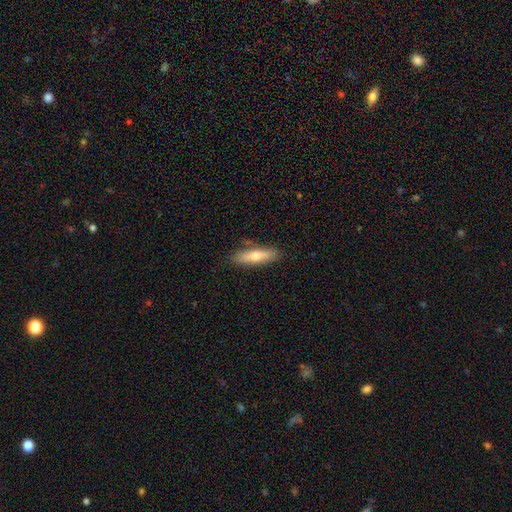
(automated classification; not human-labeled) Overall: smooth (62%; featured or disk 32%). How rounded: cigar-shaped (69%). Merging: none (83%).